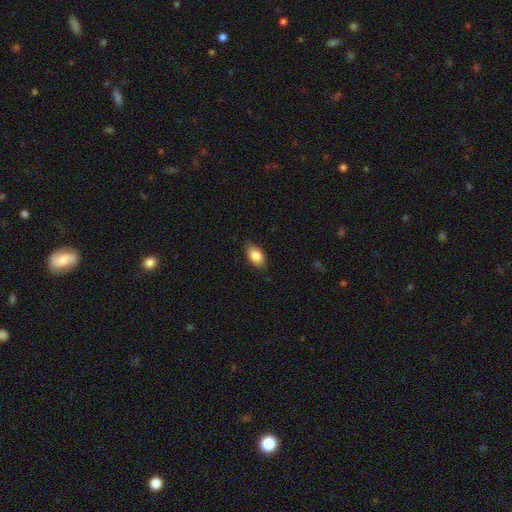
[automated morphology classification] Overall: smooth (84%). How rounded: in between (91%). Merging: none (85%).